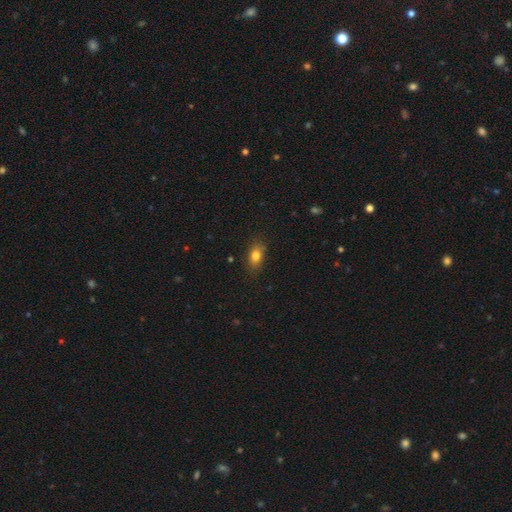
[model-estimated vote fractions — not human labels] smooth-or-featured: smooth: 80% | star or artifact: 10% | featured or disk: 10%
  how-rounded: in between: 79% | round: 16% | cigar-shaped: 5%
  merging: none: 79% | minor disturbance: 15% | major disturbance: 4% | merger: 2%